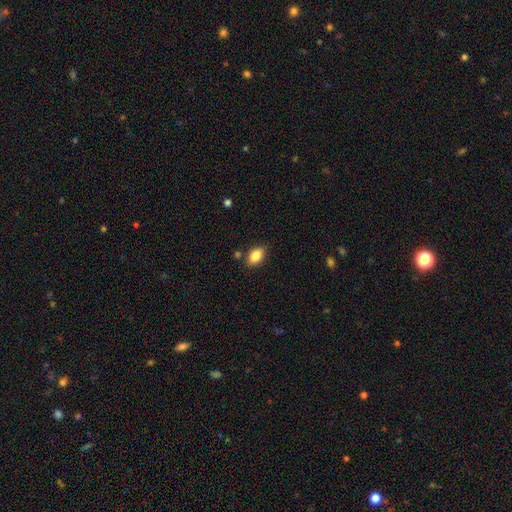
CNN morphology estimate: smooth_or_featured: smooth (p=0.85) [alt: star or artifact p=0.08]
how_rounded: in between (p=0.87) [alt: round p=0.11]
merging: none (p=0.81) [alt: minor disturbance p=0.13]